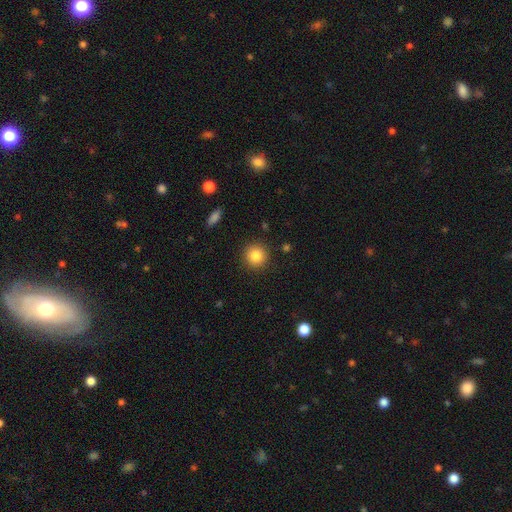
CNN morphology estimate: Smooth or featured?
  - smooth: 85% *
  - star or artifact: 10%
  - featured or disk: 6%
How rounded?
  - round: 93% *
  - in between: 6%
  - cigar-shaped: 1%
Merging?
  - none: 90% *
  - minor disturbance: 6%
  - major disturbance: 2%
  - merger: 1%